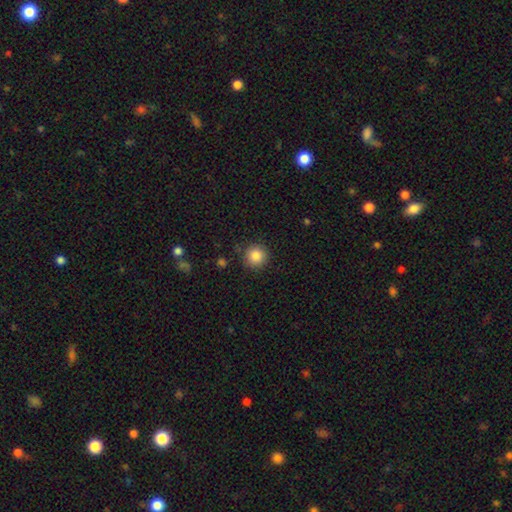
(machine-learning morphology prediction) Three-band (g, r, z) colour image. It shows a smooth galaxy with no disk features (86%) that is round (94%). Merging: none (89%).